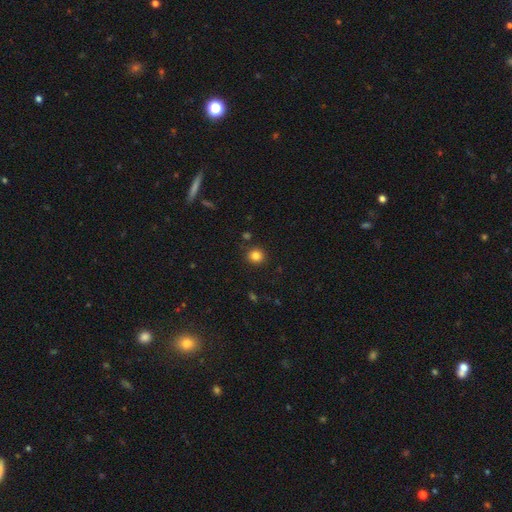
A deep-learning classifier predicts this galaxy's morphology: The model was most divided on "smooth or featured": smooth: 83%, star or artifact: 12%, featured or disk: 5%. More confident: how rounded — round (91%); merging — none (90%).